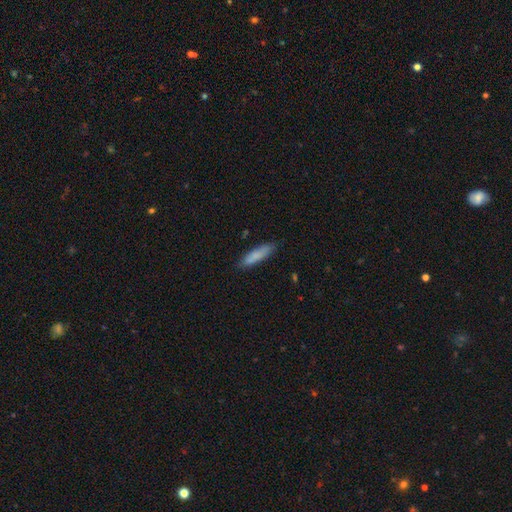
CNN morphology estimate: A smooth galaxy with no disk features (84%) that is cigar-shaped (73%).

Vote fractions:
- Smooth or featured? smooth: 84% / featured or disk: 10% / star or artifact: 6%
- How rounded? cigar-shaped: 73% / in between: 26% / round: 1%
- Merging? none: 84% / minor disturbance: 12% / major disturbance: 2% / merger: 1%